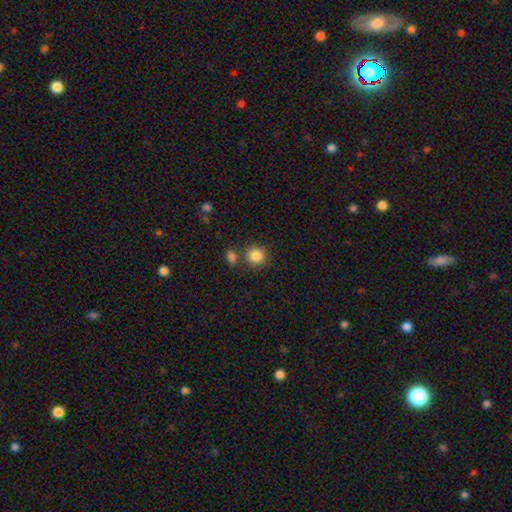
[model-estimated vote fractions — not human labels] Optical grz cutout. It shows a smooth galaxy with no disk features (86%) that is round (90%). Merging: none (74%).